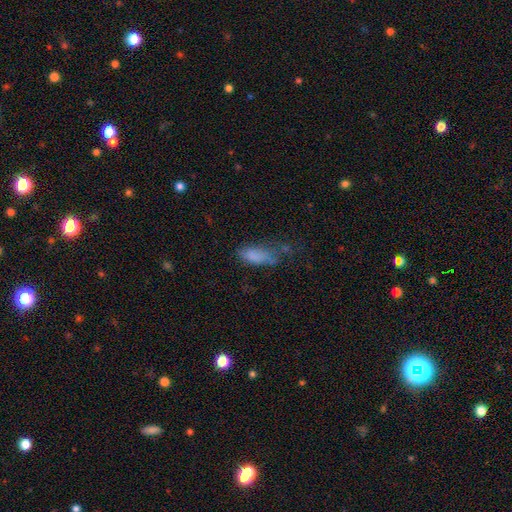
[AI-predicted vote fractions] A smooth galaxy with no disk features (73%) that is in between round and cigar-shaped (74%). Merging: none (33%).